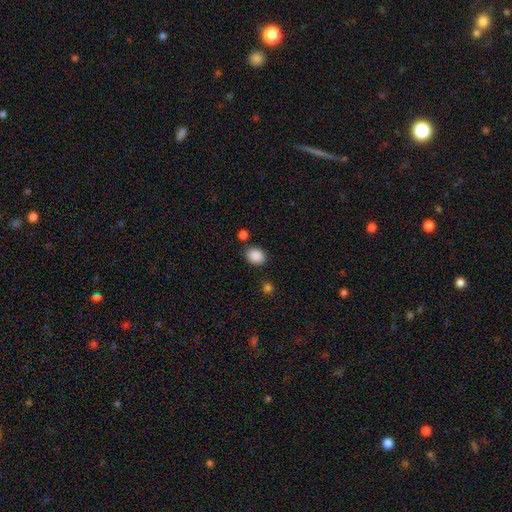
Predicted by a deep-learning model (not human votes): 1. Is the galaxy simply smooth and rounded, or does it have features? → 88% smooth, 8% star or artifact, 3% featured or disk.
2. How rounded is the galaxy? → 62% in between, 37% round, 1% cigar-shaped.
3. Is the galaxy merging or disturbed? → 82% none, 10% minor disturbance, 5% merger, 3% major disturbance.